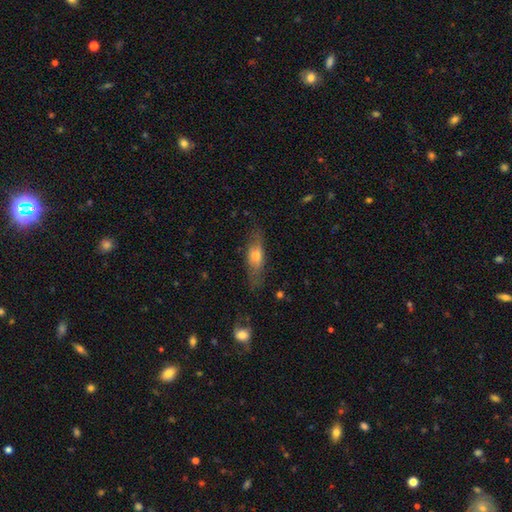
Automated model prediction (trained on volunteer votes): Morphology: type=smooth (48%); merging=none (72%).